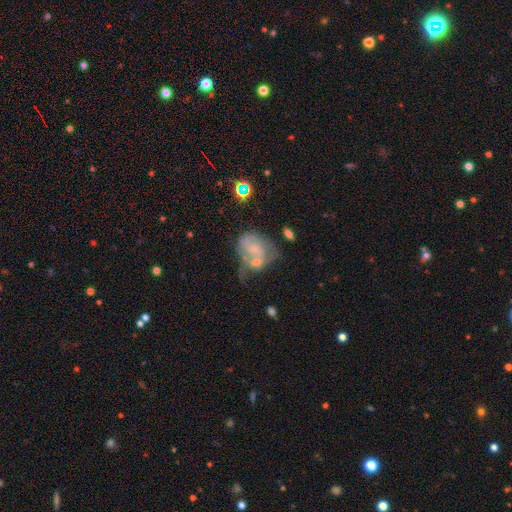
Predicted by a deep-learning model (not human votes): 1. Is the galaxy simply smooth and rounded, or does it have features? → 65% featured or disk, 24% smooth, 12% star or artifact.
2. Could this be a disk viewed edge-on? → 97% no, 3% yes.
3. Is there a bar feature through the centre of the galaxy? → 62% no, 31% weak, 7% strong.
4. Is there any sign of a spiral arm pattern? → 76% yes, 24% no.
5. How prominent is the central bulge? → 64% small, 24% moderate, 9% none, 2% large, 1% dominant.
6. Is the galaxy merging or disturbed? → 48% merger, 24% none, 14% major disturbance, 14% minor disturbance.